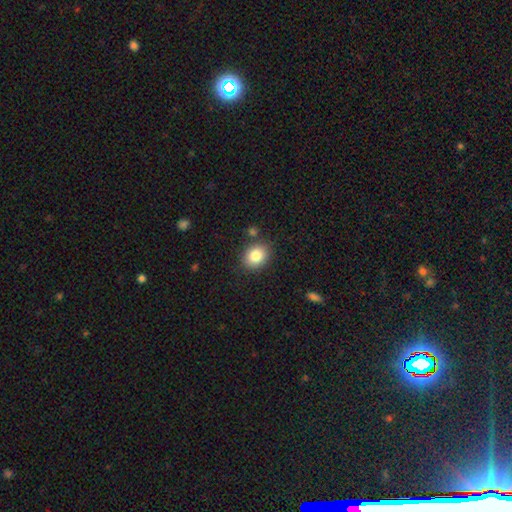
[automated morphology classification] smooth-or-featured: smooth: 83% | star or artifact: 9% | featured or disk: 8%
  how-rounded: round: 52% | in between: 47% | cigar-shaped: 1%
  merging: none: 83% | minor disturbance: 10% | merger: 4% | major disturbance: 3%